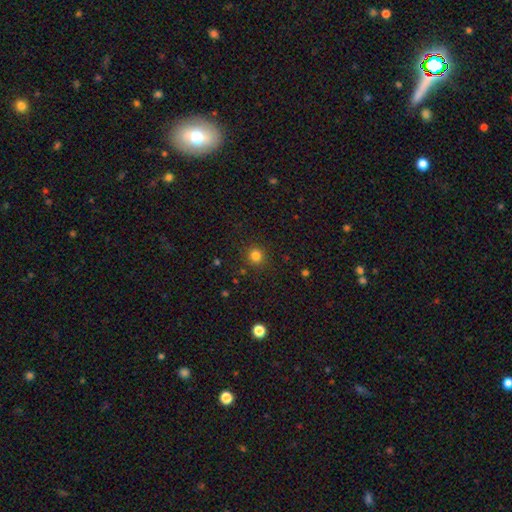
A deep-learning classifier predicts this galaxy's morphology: This is clearly a smooth galaxy (82%). How rounded: clearly round (91%). Merging: clearly none (89%).